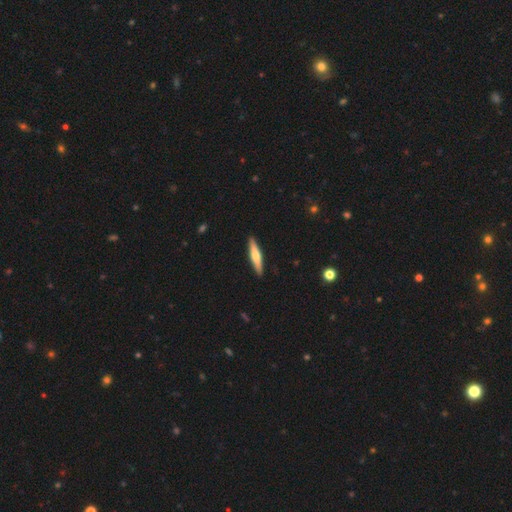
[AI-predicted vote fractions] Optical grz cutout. It shows a smooth galaxy with no disk features (50%) that is cigar-shaped (89%). Merging: none (91%).